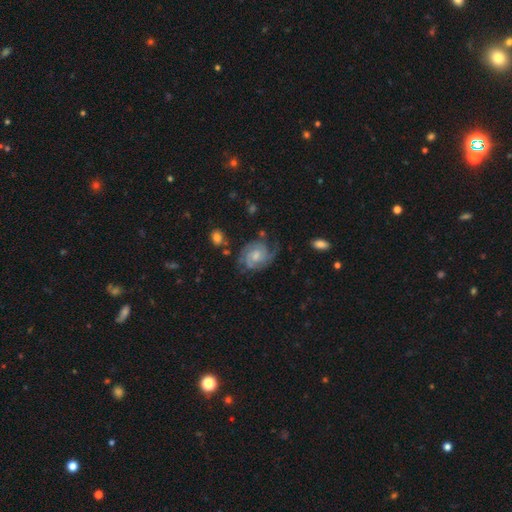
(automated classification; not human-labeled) A featured or disk galaxy (81%) with no bar (59%), 2 (52%) tight (55%) spiral arms (95%) and a moderate central bulge (49%).

Vote fractions:
- Smooth or featured? featured or disk: 81% / smooth: 13% / star or artifact: 6%
- Edge-on disk? no: 98% / yes: 2%
- Bar? no: 59% / weak: 36% / strong: 5%
- Spiral arms? yes: 95% / no: 5%
- Spiral winding? tight: 55% / medium: 35% / loose: 10%
- Spiral arm count? 2: 52% / can't tell: 19% / 3: 16% / 1: 5% / 4: 4% / more than 4: 3%
- Bulge size? moderate: 49% / small: 36% / none: 7% / large: 7% / dominant: 1%
- Merging? none: 63% / minor disturbance: 22% / major disturbance: 13% / merger: 3%